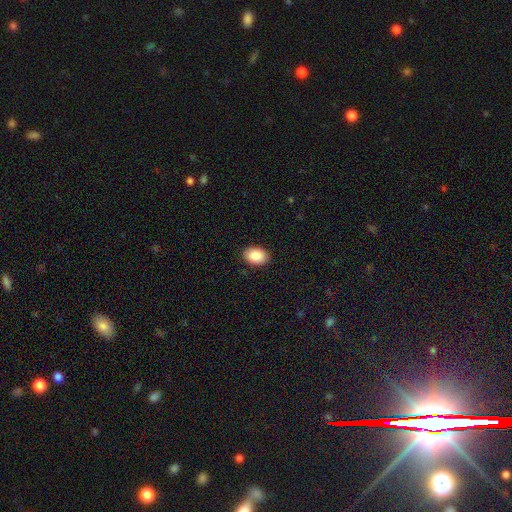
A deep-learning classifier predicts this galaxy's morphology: Overall: smooth (90%). How rounded: in between (87%). Merging: none (89%).